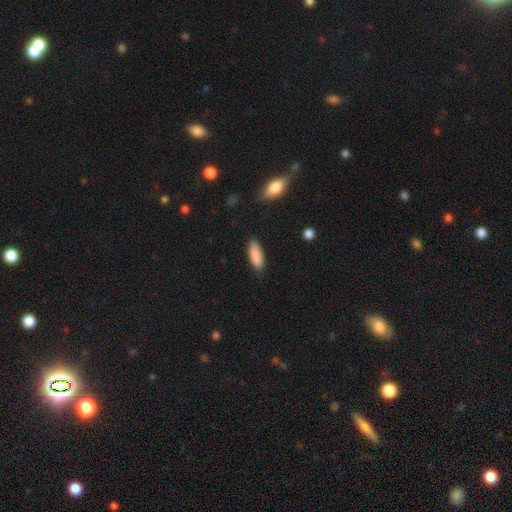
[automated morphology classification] This appears to be a smooth galaxy with no disk features (89%) that is in between round and cigar-shaped (65%). Merging: none (84%).